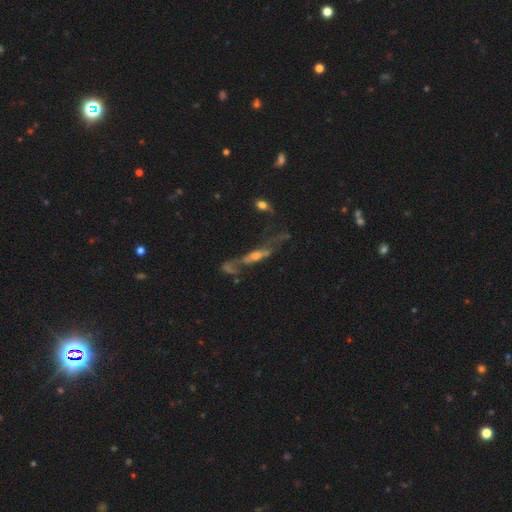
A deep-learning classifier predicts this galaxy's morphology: The model was most divided on "merging": none: 36%, major disturbance: 31%, minor disturbance: 18%, merger: 15%. More confident: smooth or featured — featured or disk (66%); edge-on disk — yes (54%).